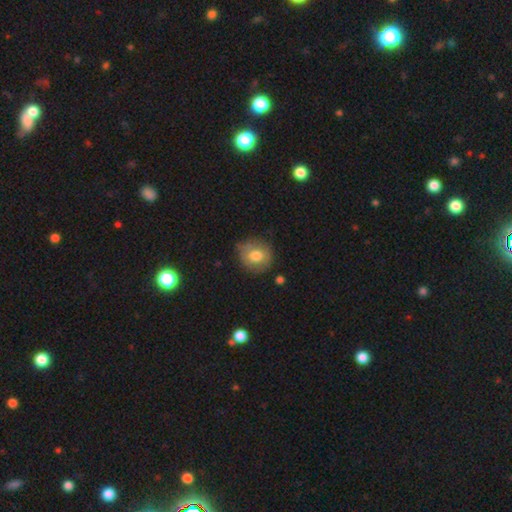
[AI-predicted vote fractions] Smooth or featured? smooth (71%)
How rounded? round (83%)
Merging? none (72%)